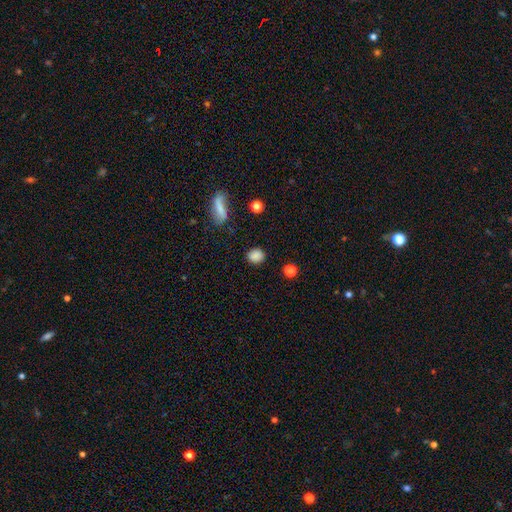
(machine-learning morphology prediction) The model was most divided on "how rounded": round: 65%, in between: 33%, cigar-shaped: 2%. More confident: smooth or featured — smooth (85%); merging — none (85%).